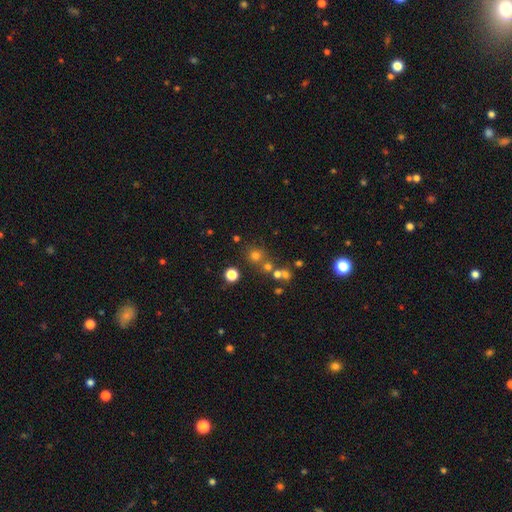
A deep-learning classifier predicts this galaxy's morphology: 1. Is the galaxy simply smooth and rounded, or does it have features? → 65% smooth, 24% star or artifact, 11% featured or disk.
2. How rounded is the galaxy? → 90% round, 9% in between, 1% cigar-shaped.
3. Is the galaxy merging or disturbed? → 67% none, 20% merger, 8% minor disturbance, 4% major disturbance.